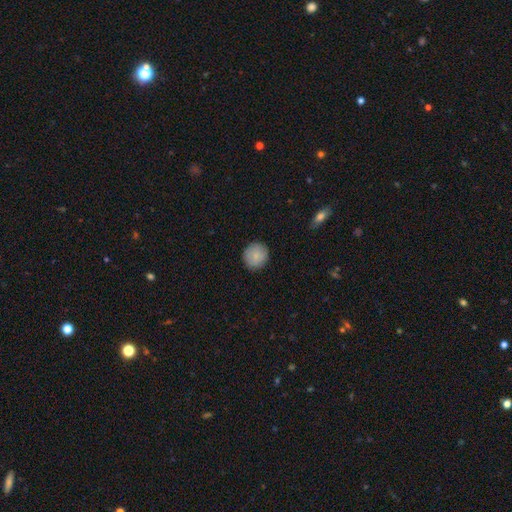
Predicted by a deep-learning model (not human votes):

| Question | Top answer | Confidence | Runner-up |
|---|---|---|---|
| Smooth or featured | smooth | 86% | featured or disk (7%) |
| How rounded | round | 94% | in between (5%) |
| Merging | none | 90% | minor disturbance (7%) |